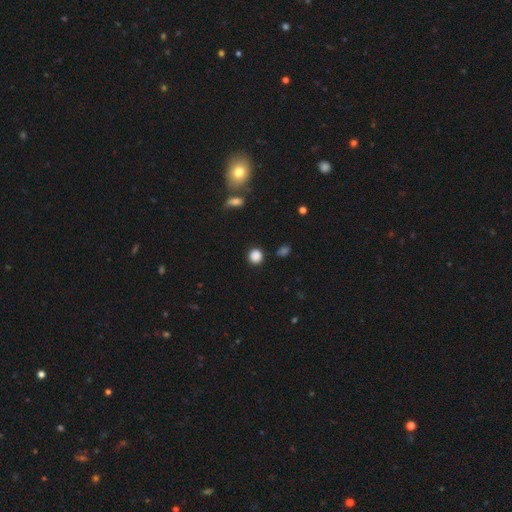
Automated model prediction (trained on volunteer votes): A smooth galaxy with no disk features (85%) that is round (91%). Merging: none (88%).